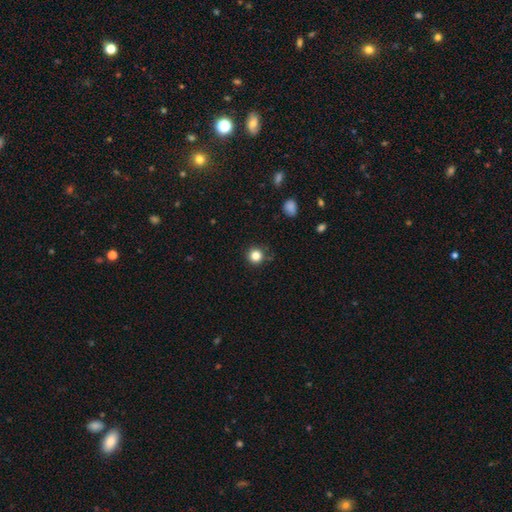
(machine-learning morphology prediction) Q: Smooth or featured?
A: smooth (83%); runner-up: star or artifact (12%)
Q: How rounded?
A: round (95%); runner-up: in between (4%)
Q: Merging?
A: none (88%); runner-up: minor disturbance (8%)